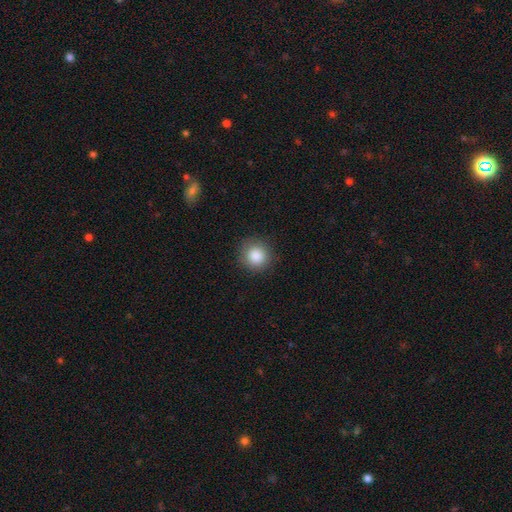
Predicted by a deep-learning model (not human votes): Smooth or featured?
  - smooth: 86% *
  - star or artifact: 9%
  - featured or disk: 4%
How rounded?
  - round: 92% *
  - in between: 7%
  - cigar-shaped: 1%
Merging?
  - none: 89% *
  - minor disturbance: 8%
  - major disturbance: 3%
  - merger: 1%